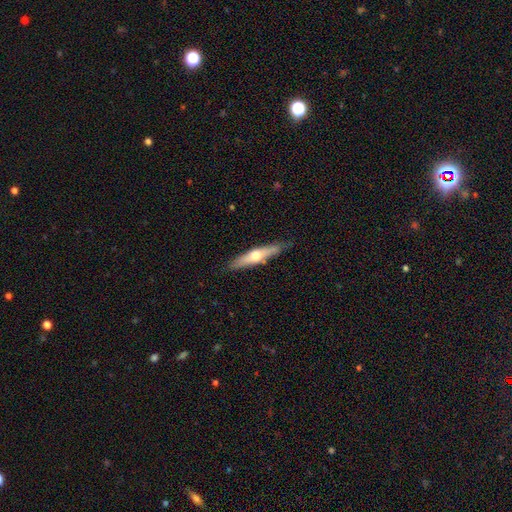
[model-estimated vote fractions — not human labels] Morphology: type=featured or disk (55%); edge-on=yes (92%); edge-on bulge=rounded (91%); merging=none (83%).